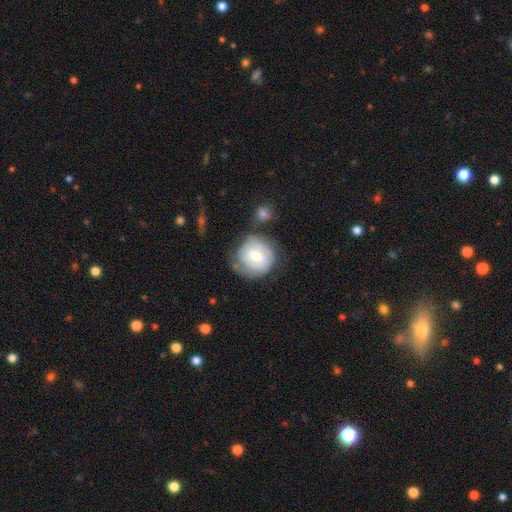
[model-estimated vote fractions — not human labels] A featured or disk galaxy (53%) with no bar (50%), spiral arms (75%) and a moderate central bulge (65%).

Vote fractions:
- Smooth or featured? featured or disk: 53% / smooth: 40% / star or artifact: 6%
- Edge-on disk? no: 97% / yes: 3%
- Bar? no: 50% / weak: 41% / strong: 9%
- Spiral arms? yes: 75% / no: 25%
- Bulge size? moderate: 65% / small: 24% / large: 8% / none: 1% / dominant: 1%
- Merging? none: 56% / minor disturbance: 23% / major disturbance: 13% / merger: 8%